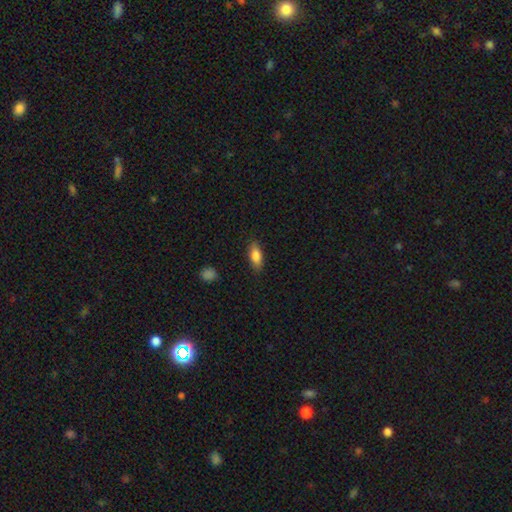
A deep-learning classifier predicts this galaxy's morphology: The model was most divided on "how rounded": in between: 76%, cigar-shaped: 21%, round: 3%. More confident: merging — none (84%); smooth or featured — smooth (80%).